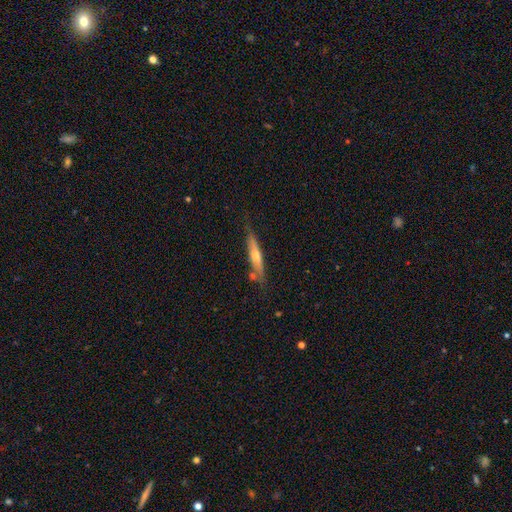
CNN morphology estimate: Smooth or featured? featured or disk (54%)
Edge-on disk? yes (90%)
Merging? none (72%)